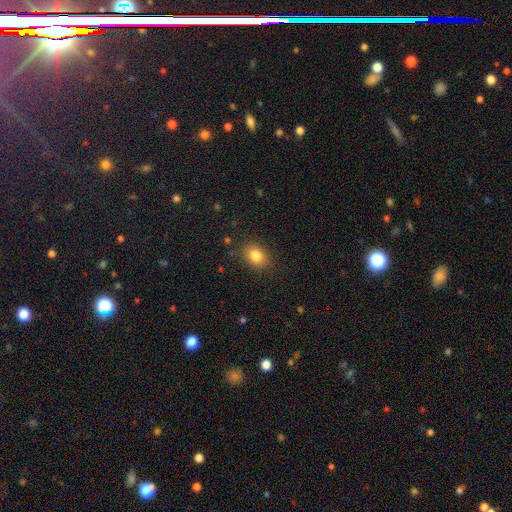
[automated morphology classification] A smooth galaxy with no disk features (83%) that is in between round and cigar-shaped (59%).

Vote fractions:
- Smooth or featured? smooth: 83% / star or artifact: 10% / featured or disk: 7%
- How rounded? in between: 59% / round: 40% / cigar-shaped: 1%
- Merging? none: 85% / minor disturbance: 10% / major disturbance: 3% / merger: 1%